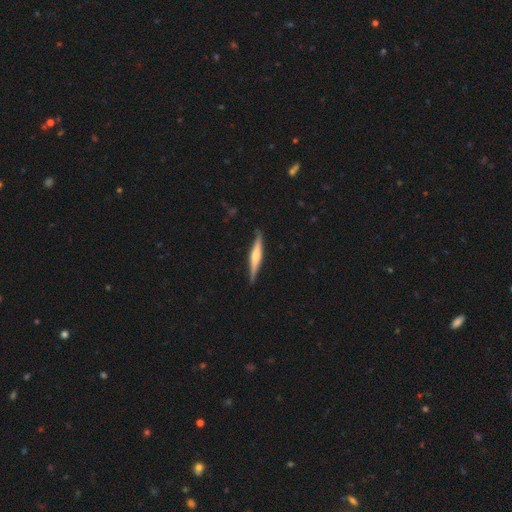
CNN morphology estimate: Q: Smooth or featured?
A: featured or disk (63%); runner-up: smooth (32%)
Q: Edge-on disk?
A: yes (98%); runner-up: no (2%)
Q: Edge-on bulge?
A: rounded (70%); runner-up: boxy (18%)
Q: Merging?
A: none (88%); runner-up: minor disturbance (9%)